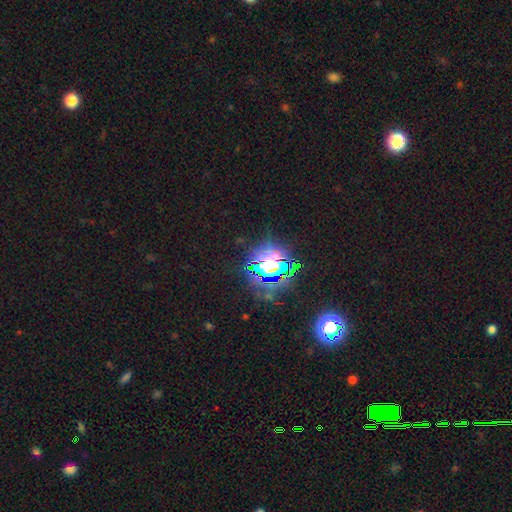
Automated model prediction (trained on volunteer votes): This appears to be a star or artifact, not a galaxy (80%).